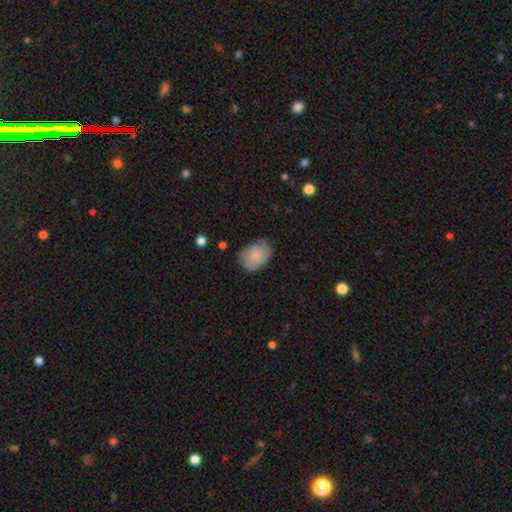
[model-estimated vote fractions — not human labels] A smooth galaxy with no disk features (73%) that is in between round and cigar-shaped (76%). Merging: none (63%).